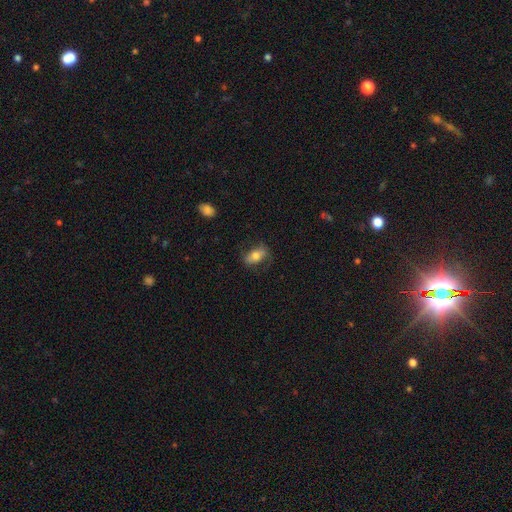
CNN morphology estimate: This is likely a smooth galaxy (66%). How rounded: clearly in between (86%). Merging: likely none (69%).